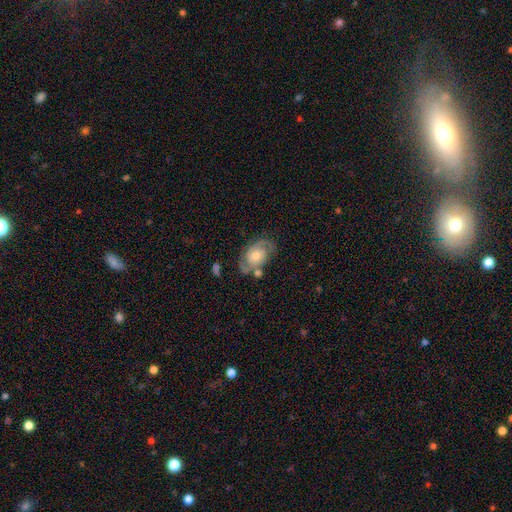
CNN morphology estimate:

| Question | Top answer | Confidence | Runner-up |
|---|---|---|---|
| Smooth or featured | featured or disk | 77% | smooth (17%) |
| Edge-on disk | no | 97% | yes (3%) |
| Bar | no | 70% | weak (25%) |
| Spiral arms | yes | 92% | no (8%) |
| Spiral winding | medium | 46% | tight (39%) |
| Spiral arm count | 2 | 85% | can't tell (8%) |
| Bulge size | moderate | 54% | small (24%) |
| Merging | none | 66% | minor disturbance (19%) |